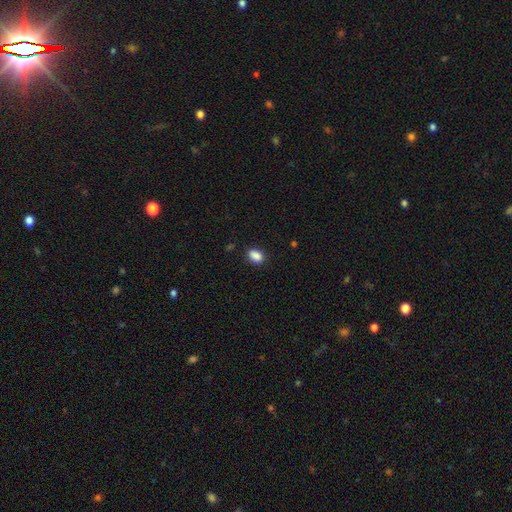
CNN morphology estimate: smooth-or-featured: smooth: 88% | star or artifact: 9% | featured or disk: 3%
  how-rounded: in between: 82% | round: 17% | cigar-shaped: 2%
  merging: none: 81% | minor disturbance: 14% | major disturbance: 3% | merger: 2%